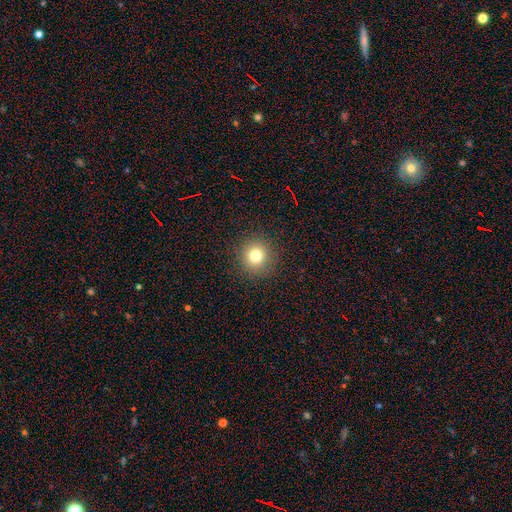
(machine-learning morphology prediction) Q: Smooth or featured?
A: smooth (79%); runner-up: star or artifact (14%)
Q: How rounded?
A: round (93%); runner-up: in between (6%)
Q: Merging?
A: none (91%); runner-up: minor disturbance (6%)